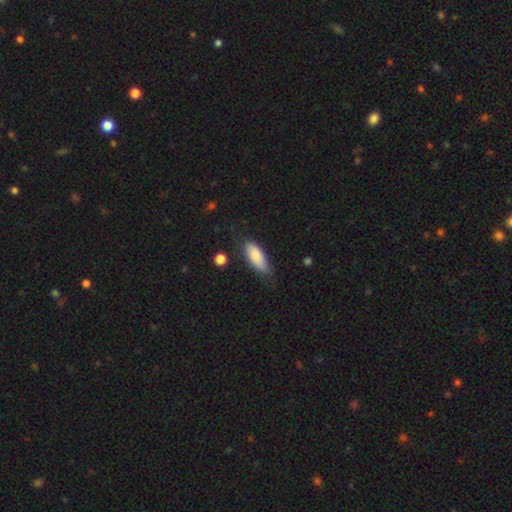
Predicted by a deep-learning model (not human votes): Overall: smooth (82%). How rounded: in between (78%). Merging: none (62%; minor disturbance 29%).